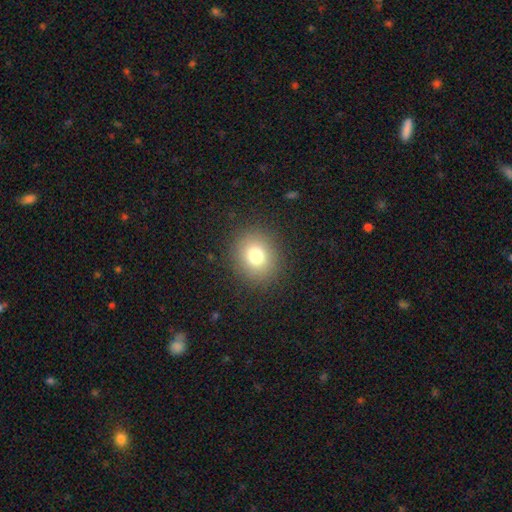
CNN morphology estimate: The model was most divided on "how rounded": round: 77%, in between: 22%, cigar-shaped: 1%. More confident: merging — none (88%); smooth or featured — smooth (77%).